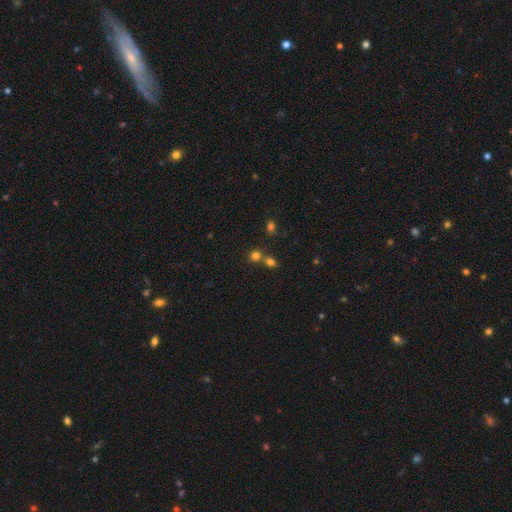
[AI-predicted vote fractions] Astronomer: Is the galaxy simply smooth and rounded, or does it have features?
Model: smooth — 73%.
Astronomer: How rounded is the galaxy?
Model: round — 76%.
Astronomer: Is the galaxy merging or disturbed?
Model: none — 52% (runner-up: merger, 37%).